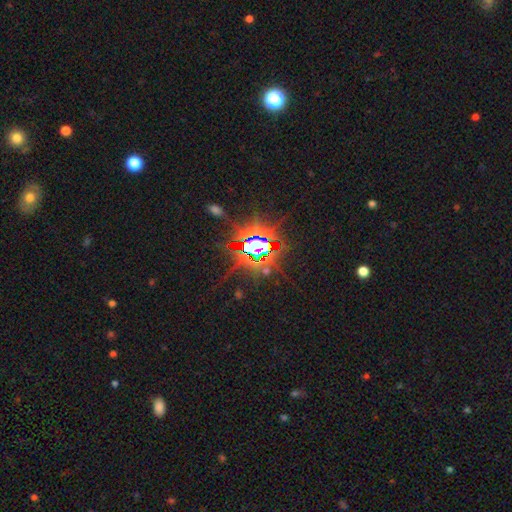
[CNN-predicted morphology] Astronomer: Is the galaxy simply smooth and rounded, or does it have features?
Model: star or artifact — 83%.